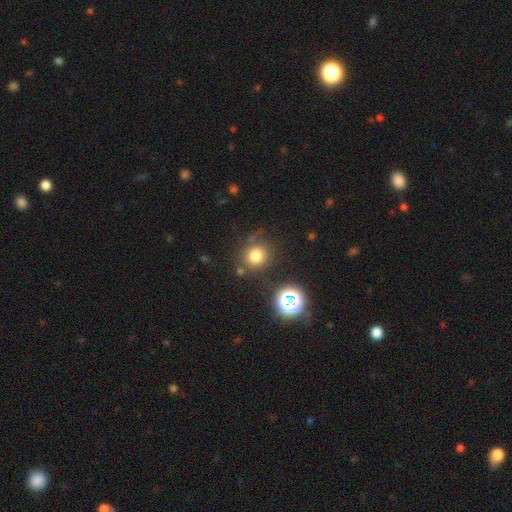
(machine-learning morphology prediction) This is likely a smooth galaxy (76%). How rounded: clearly round (87%). Merging: likely none (73%).